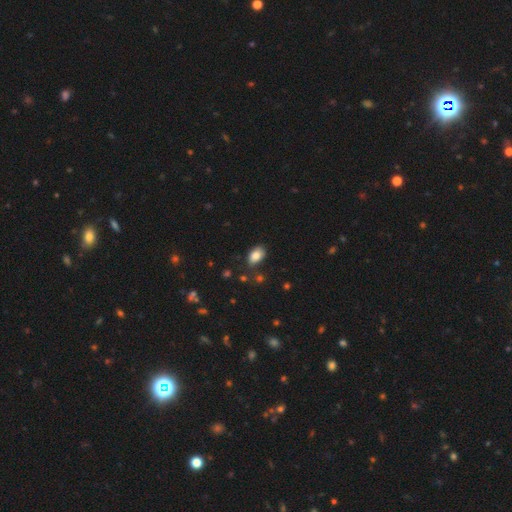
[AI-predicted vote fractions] This appears to be a smooth galaxy with no disk features (84%) that is in between round and cigar-shaped (89%). Merging: none (78%).